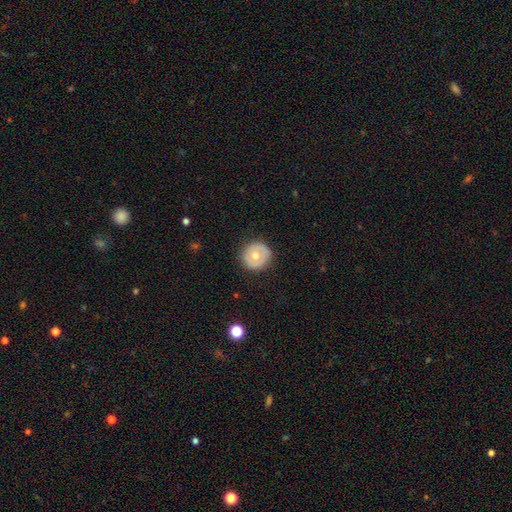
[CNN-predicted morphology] smooth_or_featured: smooth (p=0.59) [alt: featured or disk p=0.34]
how_rounded: round (p=0.94) [alt: in between p=0.05]
merging: none (p=0.88) [alt: minor disturbance p=0.09]